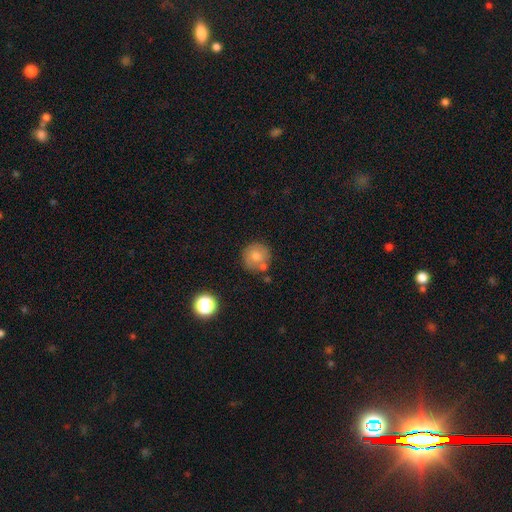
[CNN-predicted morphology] This appears to be a smooth galaxy with no disk features (72%) that is round (93%). Merging: none (70%).